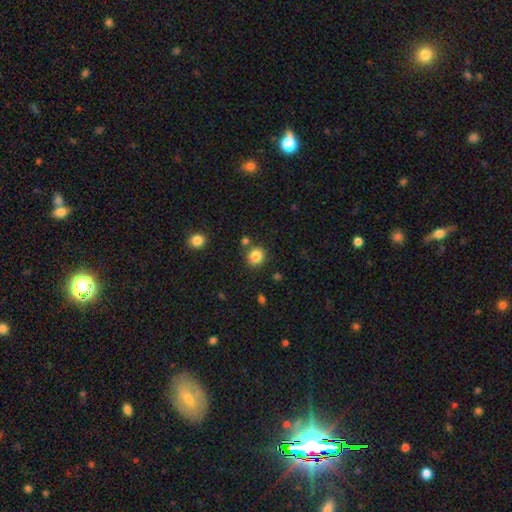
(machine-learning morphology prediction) Overall: smooth (85%). How rounded: round (85%). Merging: none (79%).